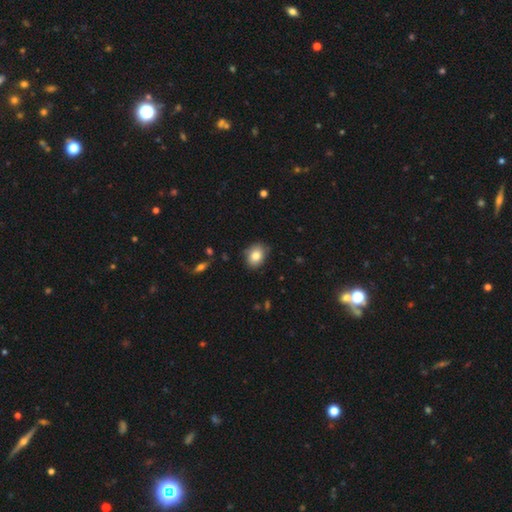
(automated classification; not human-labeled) smooth 81%, featured or disk 10%, star or artifact 9%. Down the decision tree: how rounded — in between (55%); merging — none (80%).